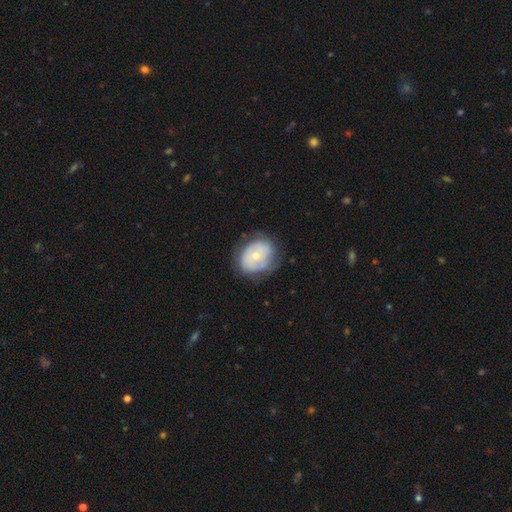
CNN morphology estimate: The model was most divided on "smooth or featured": smooth: 50%, featured or disk: 43%, star or artifact: 7%. More confident: merging — none (61%).